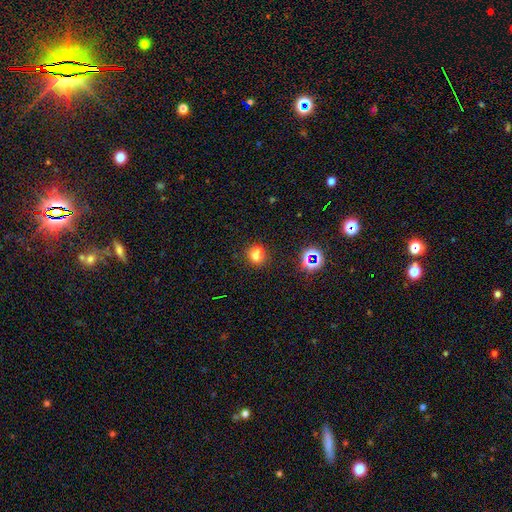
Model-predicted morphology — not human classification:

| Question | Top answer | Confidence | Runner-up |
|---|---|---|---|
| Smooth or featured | smooth | 65% | star or artifact (19%) |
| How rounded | round | 71% | in between (28%) |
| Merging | merger | 44% | tied: none (44%) |